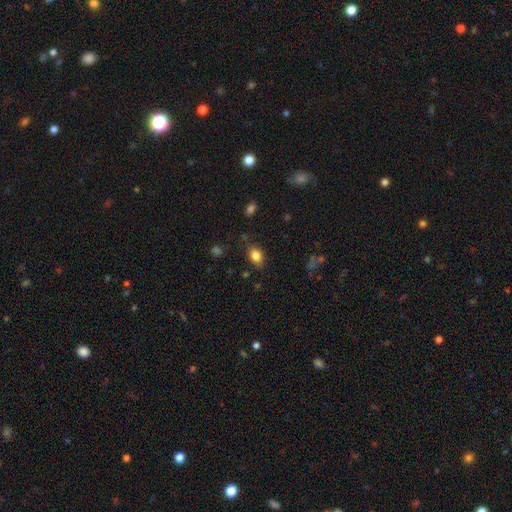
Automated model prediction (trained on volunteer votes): smooth-or-featured: smooth: 84% | star or artifact: 9% | featured or disk: 7%
  how-rounded: in between: 78% | round: 20% | cigar-shaped: 2%
  merging: none: 79% | minor disturbance: 15% | major disturbance: 4% | merger: 2%